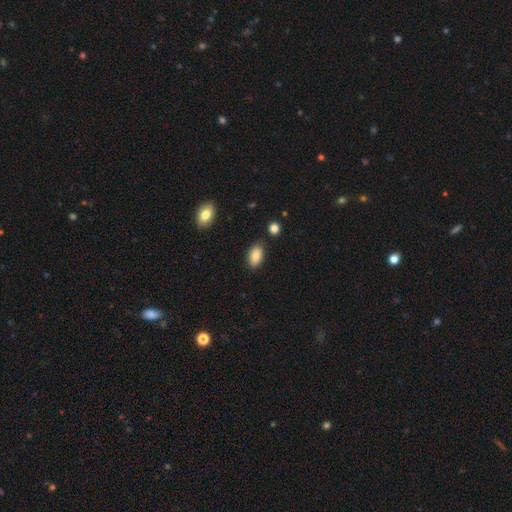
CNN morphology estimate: A smooth galaxy with no disk features (84%) that is in between round and cigar-shaped (92%).

Vote fractions:
- Smooth or featured? smooth: 84% / featured or disk: 8% / star or artifact: 8%
- How rounded? in between: 92% / round: 6% / cigar-shaped: 2%
- Merging? none: 82% / minor disturbance: 13% / merger: 3% / major disturbance: 3%